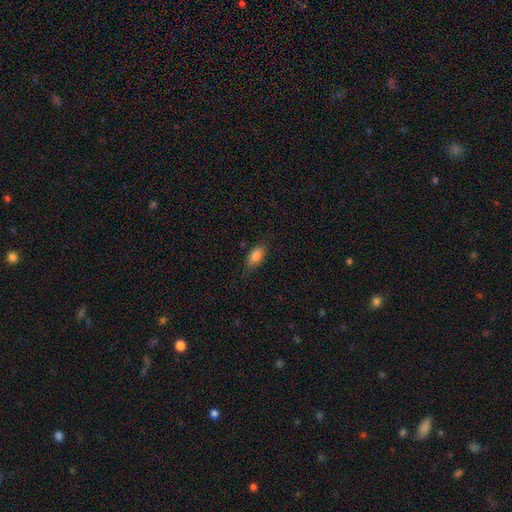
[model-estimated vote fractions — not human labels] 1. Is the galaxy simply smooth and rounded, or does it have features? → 83% smooth, 9% featured or disk, 8% star or artifact.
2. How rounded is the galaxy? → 86% in between, 10% cigar-shaped, 4% round.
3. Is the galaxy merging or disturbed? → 74% none, 20% minor disturbance, 4% major disturbance, 1% merger.